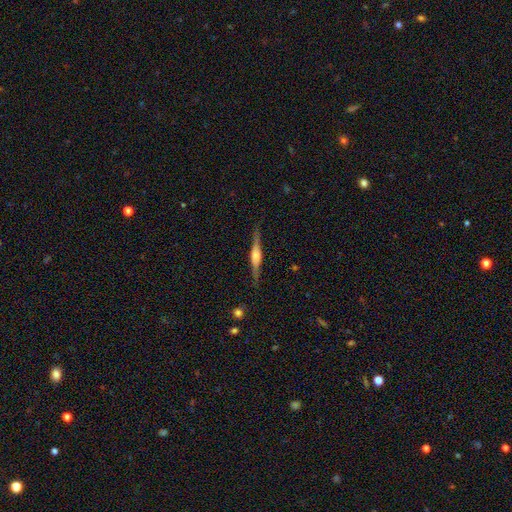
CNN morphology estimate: Q: Smooth or featured?
A: featured or disk (77%); runner-up: smooth (17%)
Q: Edge-on disk?
A: yes (97%); runner-up: no (3%)
Q: Edge-on bulge?
A: rounded (77%); runner-up: boxy (19%)
Q: Merging?
A: none (87%); runner-up: minor disturbance (10%)